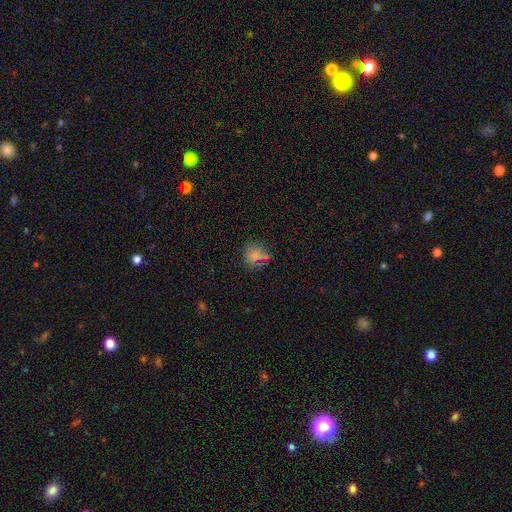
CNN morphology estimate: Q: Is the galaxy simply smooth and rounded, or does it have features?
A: smooth — 72%.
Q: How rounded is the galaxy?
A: round — 84%.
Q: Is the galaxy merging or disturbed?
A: none — 74%.